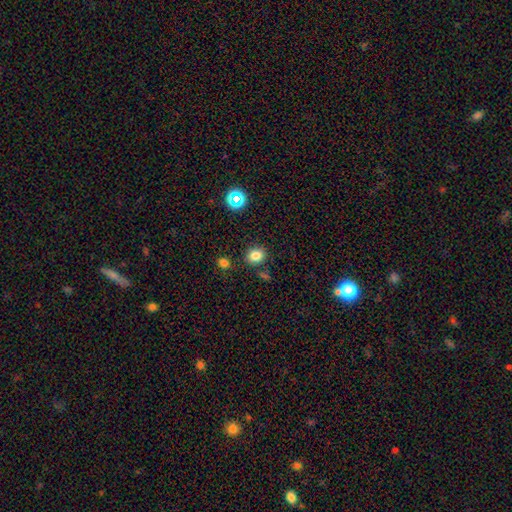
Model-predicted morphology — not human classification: Q: Smooth or featured?
A: smooth (80%); runner-up: star or artifact (13%)
Q: How rounded?
A: round (65%); runner-up: in between (35%)
Q: Merging?
A: none (81%); runner-up: minor disturbance (10%)